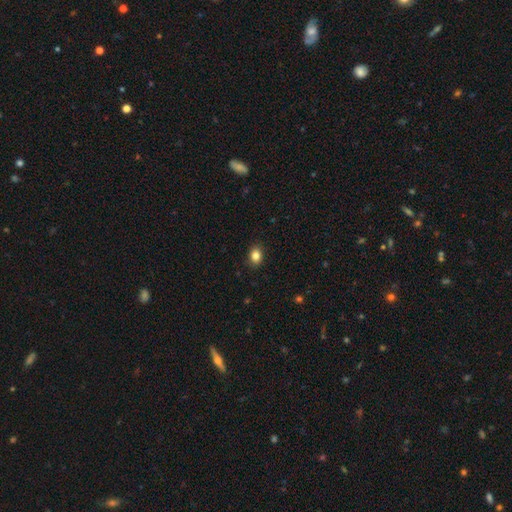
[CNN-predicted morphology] Smooth or featured? Predicted: smooth (p=0.84). How rounded? Predicted: in between (p=0.63). Merging? Predicted: none (p=0.89).